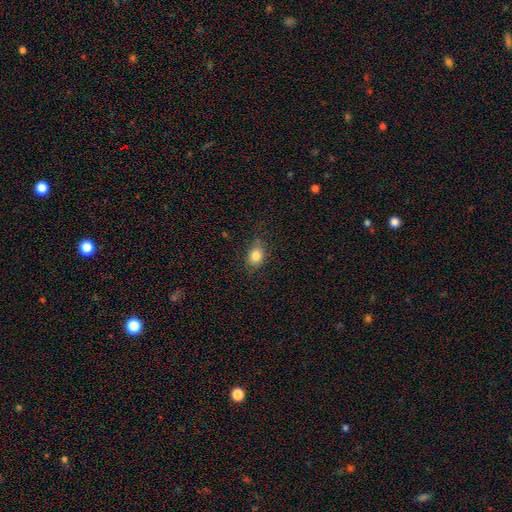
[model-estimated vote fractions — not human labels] smooth 83%, star or artifact 10%, featured or disk 7%. Down the decision tree: how rounded — in between (59%); merging — none (77%).